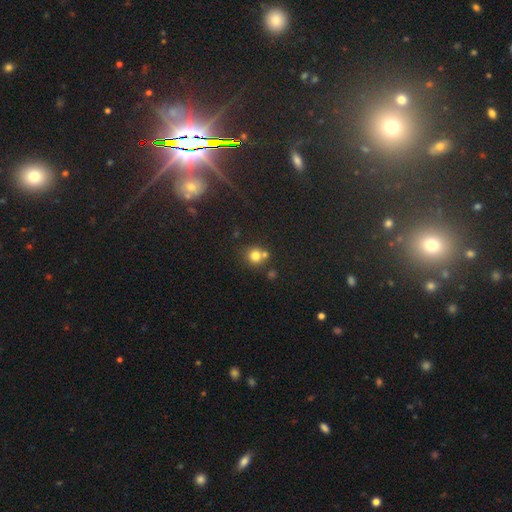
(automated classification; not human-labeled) Smooth or featured? smooth (76%)
How rounded? round (88%)
Merging? none (57%)